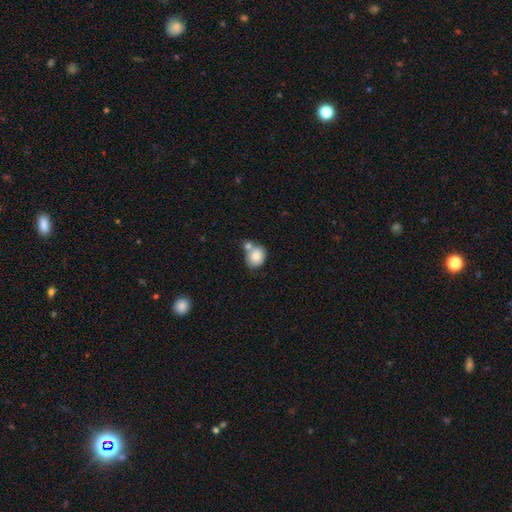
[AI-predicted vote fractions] Smooth or featured: smooth — 79% (featured or disk — 14%)
How rounded: round — 71% (in between — 28%)
Merging: merger — 44% (none — 38%)